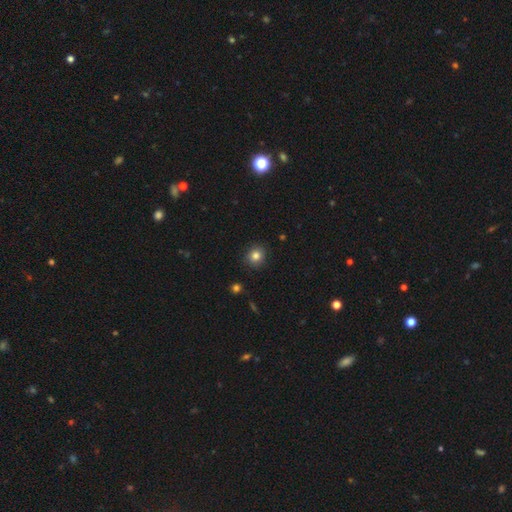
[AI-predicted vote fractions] smooth-or-featured: smooth: 83% | star or artifact: 11% | featured or disk: 6%
  how-rounded: round: 85% | in between: 14% | cigar-shaped: 1%
  merging: none: 90% | minor disturbance: 7% | major disturbance: 2% | merger: 1%